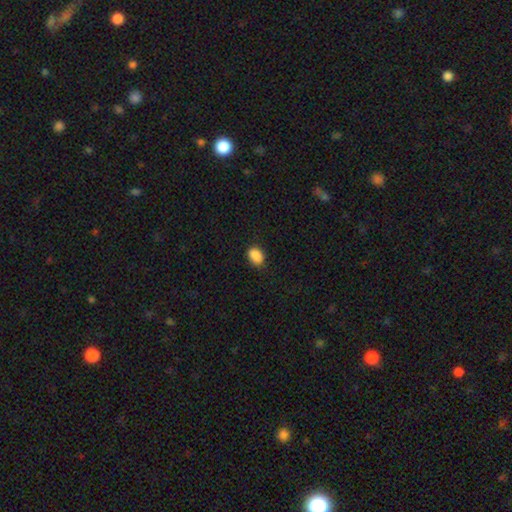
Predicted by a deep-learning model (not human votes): Smooth or featured?
  - smooth: 89% *
  - star or artifact: 8%
  - featured or disk: 3%
How rounded?
  - in between: 78% *
  - round: 20%
  - cigar-shaped: 1%
Merging?
  - none: 79% *
  - minor disturbance: 17%
  - major disturbance: 3%
  - merger: 1%